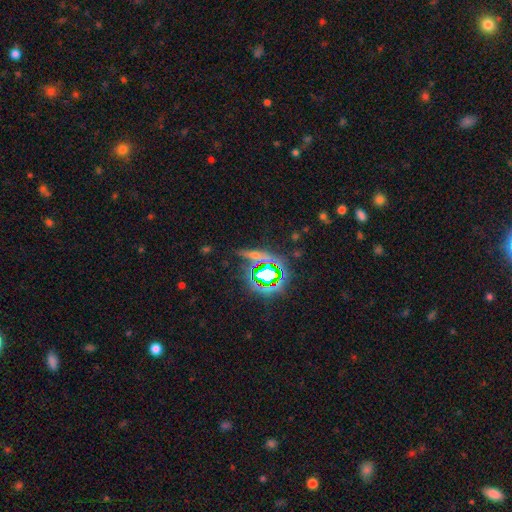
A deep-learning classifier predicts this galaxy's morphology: A star or artifact, not a galaxy (63%).